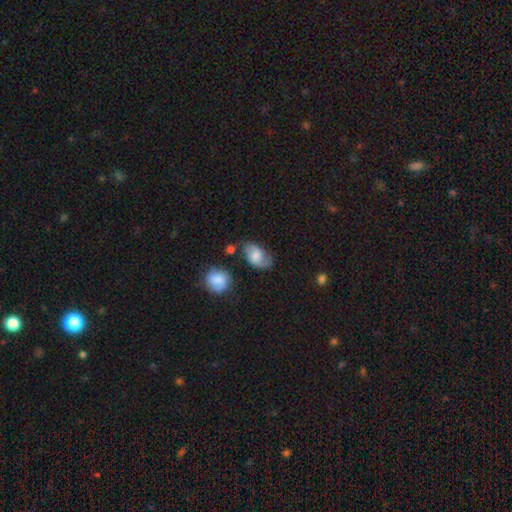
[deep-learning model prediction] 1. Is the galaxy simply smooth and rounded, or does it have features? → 50% smooth, 42% featured or disk, 8% star or artifact.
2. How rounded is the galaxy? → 86% in between, 12% round, 2% cigar-shaped.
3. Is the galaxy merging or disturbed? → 58% none, 27% minor disturbance, 10% major disturbance, 5% merger.